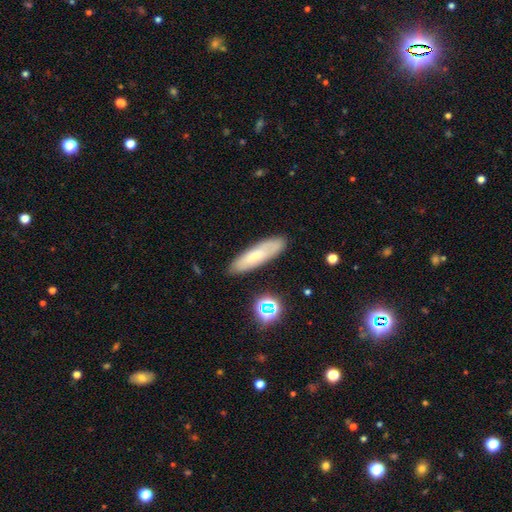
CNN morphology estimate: Smooth or featured? smooth (66%)
How rounded? cigar-shaped (64%)
Merging? none (83%)